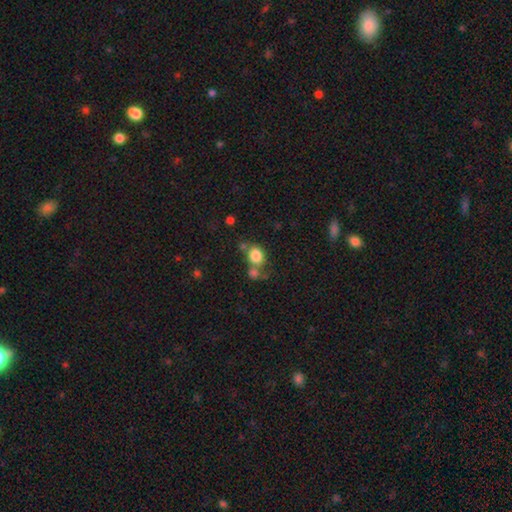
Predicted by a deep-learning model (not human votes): smooth 83%, star or artifact 10%, featured or disk 7%. Down the decision tree: how rounded — round (60%); merging — none (50%).